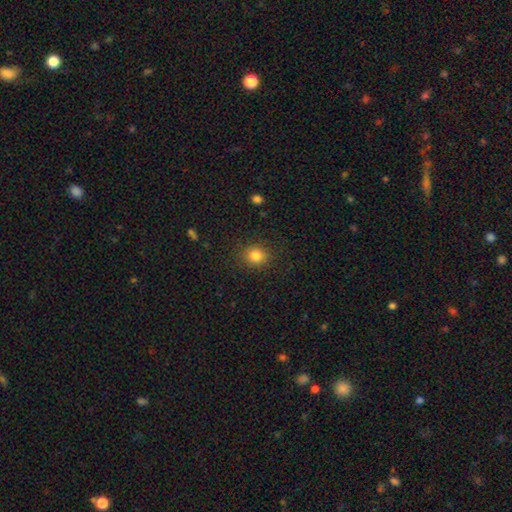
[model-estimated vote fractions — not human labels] This appears to be a smooth galaxy with no disk features (83%) that is round (77%). Merging: none (88%).